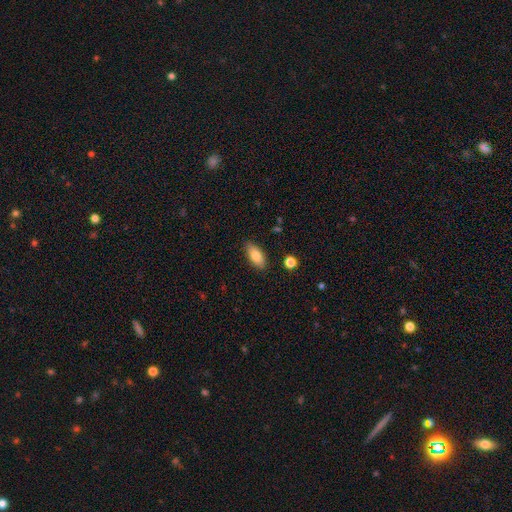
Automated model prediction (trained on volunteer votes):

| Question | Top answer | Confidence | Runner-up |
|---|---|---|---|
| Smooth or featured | smooth | 80% | featured or disk (13%) |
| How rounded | in between | 85% | cigar-shaped (12%) |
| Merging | none | 85% | minor disturbance (11%) |